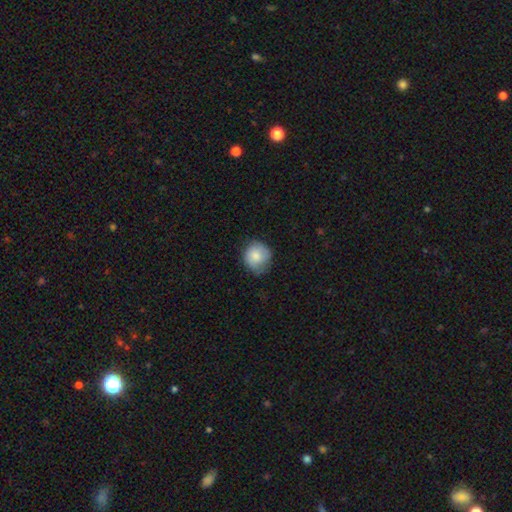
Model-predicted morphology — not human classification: This appears to be a smooth galaxy with no disk features (81%) that is round (85%). Merging: none (66%).